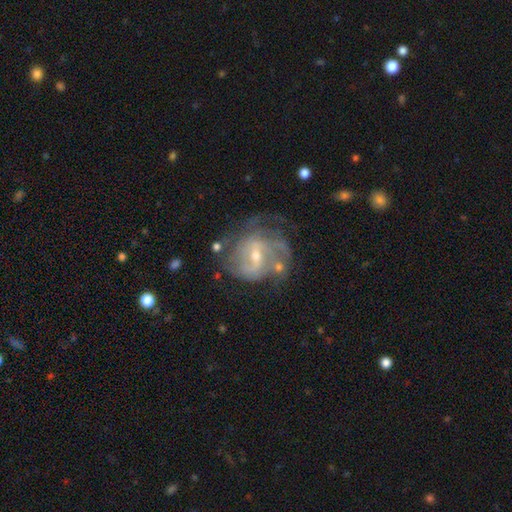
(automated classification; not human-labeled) Smooth or featured? Predicted: featured or disk (p=0.83). Edge-on disk? Predicted: no (p=0.97). Bar? Predicted: weak (p=0.52). Spiral arms? Predicted: yes (p=0.89). Spiral winding? Predicted: medium (p=0.42). Spiral arm count? Predicted: can't tell (p=0.34). Bulge size? Predicted: small (p=0.57). Merging? Predicted: none (p=0.54).